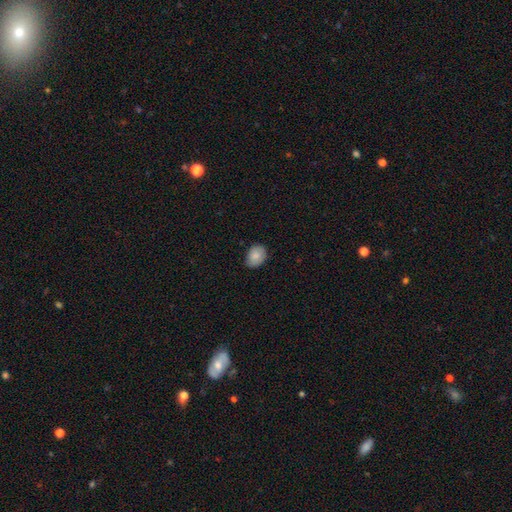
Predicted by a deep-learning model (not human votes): Morphology: type=smooth (84%); roundness=in between (67%); merging=none (74%).